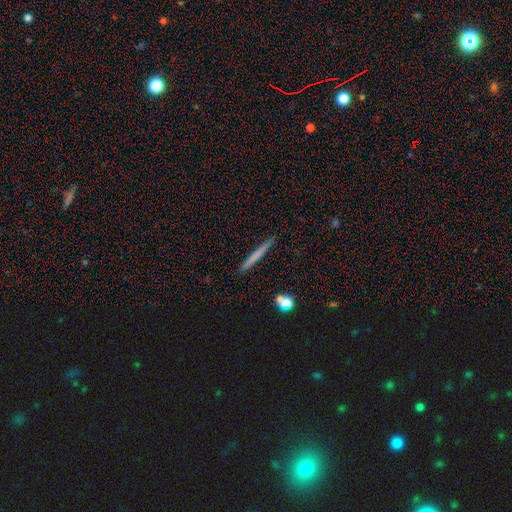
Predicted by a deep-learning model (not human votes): Smooth or featured? Predicted: smooth (p=0.63). How rounded? Predicted: cigar-shaped (p=0.97). Merging? Predicted: none (p=0.91).